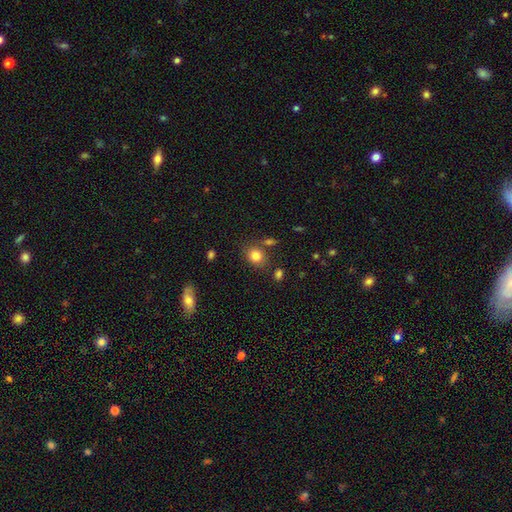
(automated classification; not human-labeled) smooth 83%, star or artifact 11%, featured or disk 7%. Down the decision tree: how rounded — round (65%); merging — none (76%).